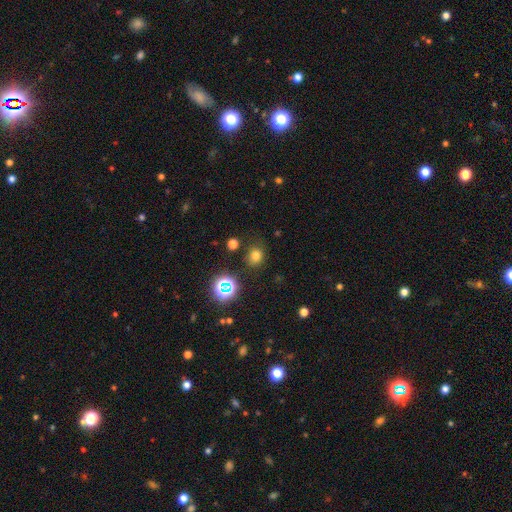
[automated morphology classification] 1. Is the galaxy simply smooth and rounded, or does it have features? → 71% smooth, 22% star or artifact, 7% featured or disk.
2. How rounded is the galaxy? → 69% round, 30% in between, 1% cigar-shaped.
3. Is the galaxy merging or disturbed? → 79% none, 13% minor disturbance, 4% major disturbance, 3% merger.